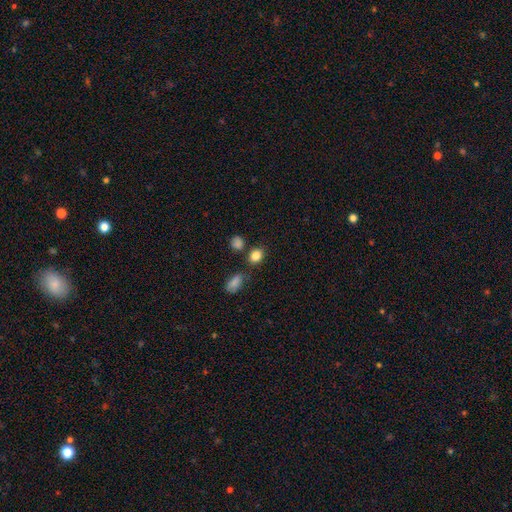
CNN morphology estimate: type=smooth (84%); roundness=round (54%); merging=none (73%).